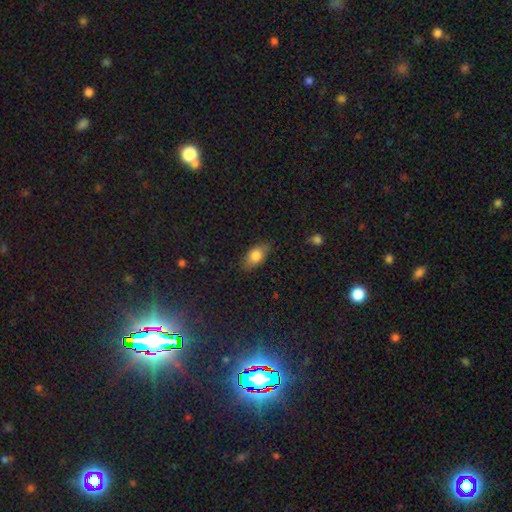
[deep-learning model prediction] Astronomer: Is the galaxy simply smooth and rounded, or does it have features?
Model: smooth — 79%.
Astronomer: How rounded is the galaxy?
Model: in between — 87%.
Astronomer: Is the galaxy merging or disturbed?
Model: none — 79%.